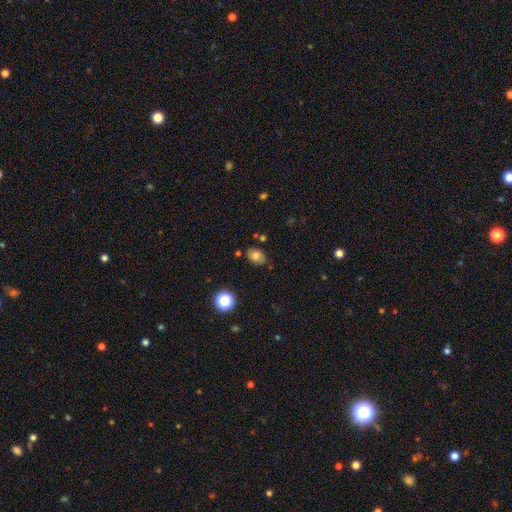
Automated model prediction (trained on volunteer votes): Q: Smooth or featured?
A: smooth (76%); runner-up: star or artifact (13%)
Q: How rounded?
A: in between (62%); runner-up: round (37%)
Q: Merging?
A: none (77%); runner-up: minor disturbance (15%)